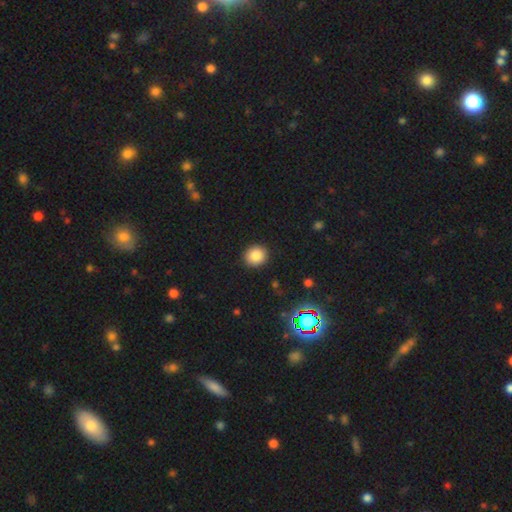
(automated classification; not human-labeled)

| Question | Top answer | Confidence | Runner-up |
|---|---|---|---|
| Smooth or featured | smooth | 85% | star or artifact (10%) |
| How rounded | round | 84% | in between (15%) |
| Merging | none | 91% | minor disturbance (6%) |